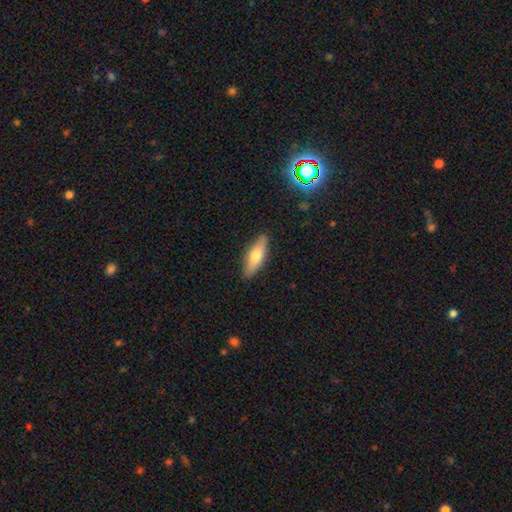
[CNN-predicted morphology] Smooth or featured: smooth — 67% (featured or disk — 28%)
How rounded: in between — 53% (cigar-shaped — 45%)
Merging: none — 88% (minor disturbance — 9%)